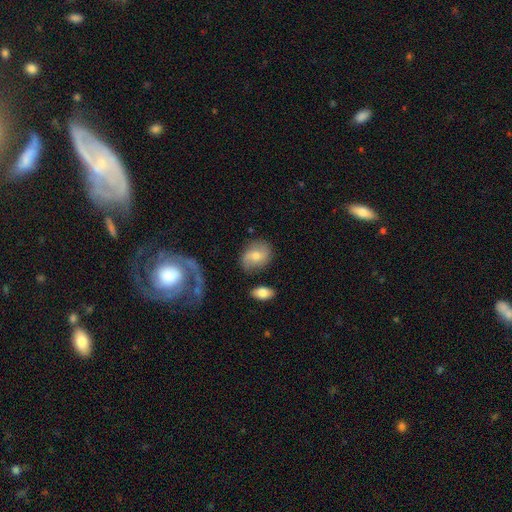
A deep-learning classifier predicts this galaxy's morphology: Smooth or featured? Predicted: smooth (p=0.52). How rounded? Predicted: in between (p=0.60). Merging? Predicted: none (p=0.73).